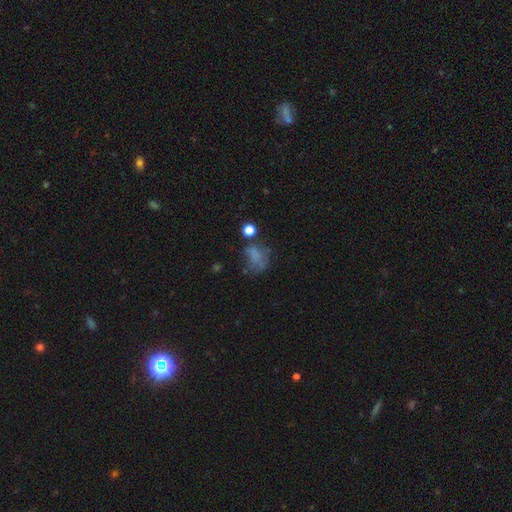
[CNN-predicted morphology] smooth-or-featured: smooth: 57% | featured or disk: 23% | star or artifact: 21%
  how-rounded: in between: 62% | round: 36% | cigar-shaped: 2%
  merging: none: 35% | major disturbance: 33% | minor disturbance: 24% | merger: 8%